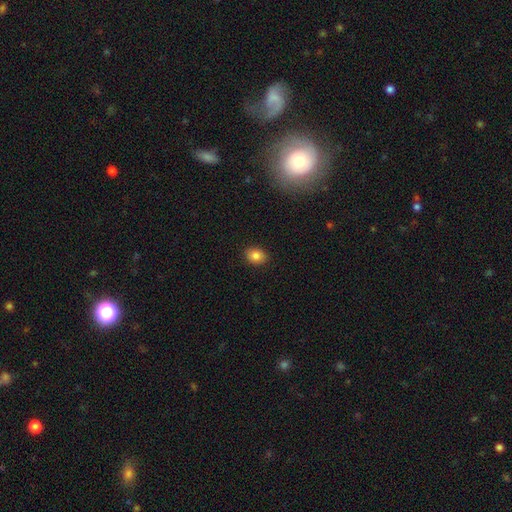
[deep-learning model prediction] A smooth galaxy with no disk features (84%) that is in between round and cigar-shaped (59%).

Vote fractions:
- Smooth or featured? smooth: 84% / star or artifact: 9% / featured or disk: 6%
- How rounded? in between: 59% / round: 40% / cigar-shaped: 1%
- Merging? none: 89% / minor disturbance: 8% / major disturbance: 2% / merger: 1%